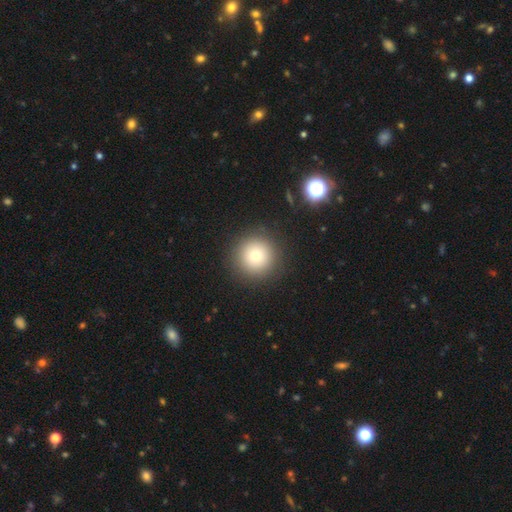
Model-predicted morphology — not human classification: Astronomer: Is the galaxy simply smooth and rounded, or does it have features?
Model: smooth — 77%.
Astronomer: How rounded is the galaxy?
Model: round — 95%.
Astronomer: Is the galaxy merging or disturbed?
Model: none — 90%.